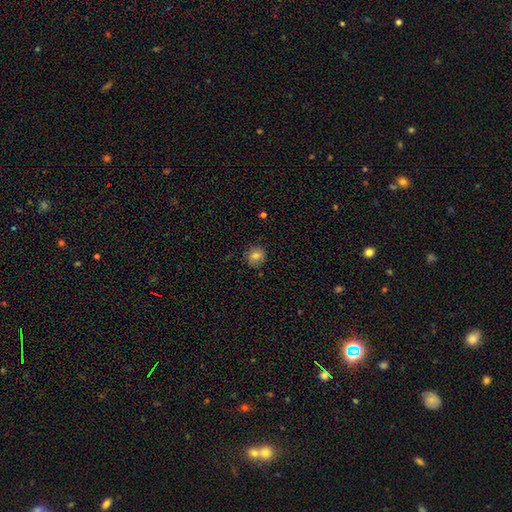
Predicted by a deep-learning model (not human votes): The model was most divided on "smooth or featured": smooth: 79%, featured or disk: 10%, star or artifact: 10%. More confident: how rounded — round (87%); merging — none (85%).